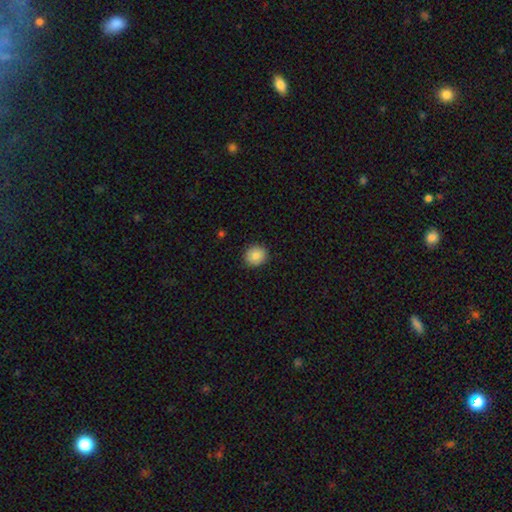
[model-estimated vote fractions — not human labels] smooth-or-featured: smooth: 84% | star or artifact: 8% | featured or disk: 7%
  how-rounded: round: 87% | in between: 12% | cigar-shaped: 1%
  merging: none: 90% | minor disturbance: 8% | major disturbance: 2% | merger: 1%